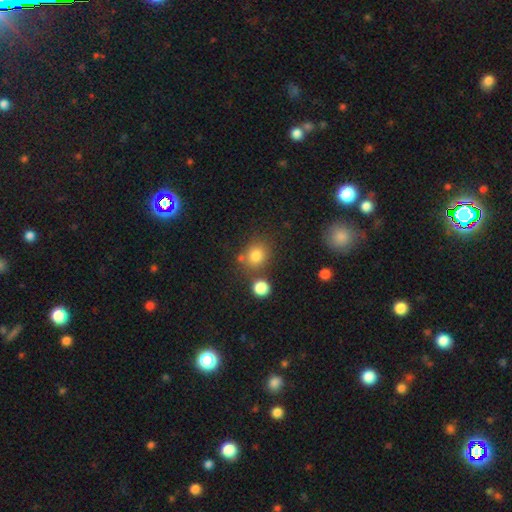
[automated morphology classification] type=smooth (80%); roundness=round (78%); merging=none (68%).